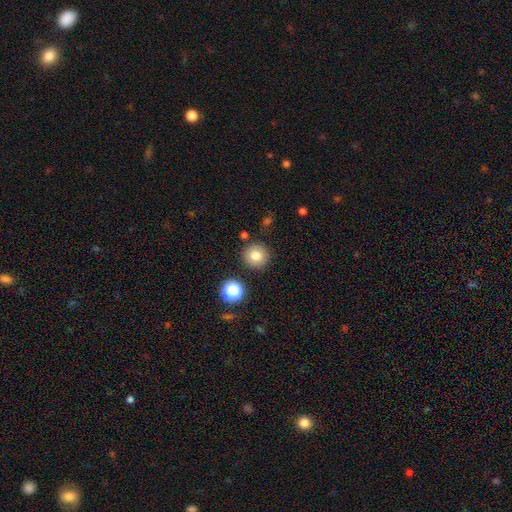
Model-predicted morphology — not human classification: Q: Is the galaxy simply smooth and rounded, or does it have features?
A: smooth — 79%.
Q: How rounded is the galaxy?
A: round — 94%.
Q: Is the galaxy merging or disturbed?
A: none — 87%.